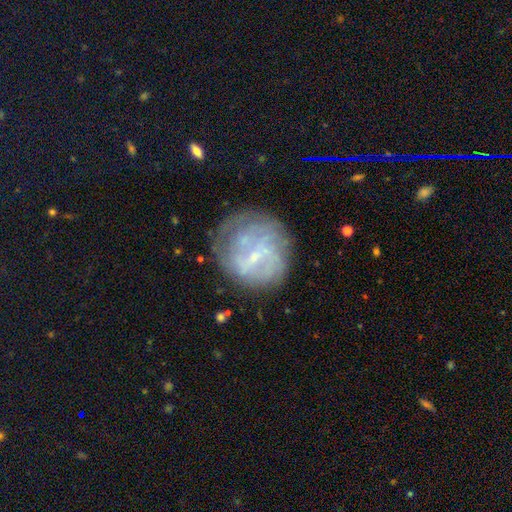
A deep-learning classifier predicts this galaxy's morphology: Smooth or featured?
  - featured or disk: 61% *
  - smooth: 29%
  - star or artifact: 10%
Edge-on disk?
  - no: 98% *
  - yes: 2%
Bar?
  - weak: 45% *
  - no: 41%
  - strong: 14%
Spiral arms?
  - no: 51% *
  - yes: 49%
Bulge size?
  - small: 64% *
  - none: 21%
  - moderate: 13%
  - large: 1%
  - dominant: 1%
Merging?
  - none: 61% *
  - minor disturbance: 20%
  - major disturbance: 15%
  - merger: 4%